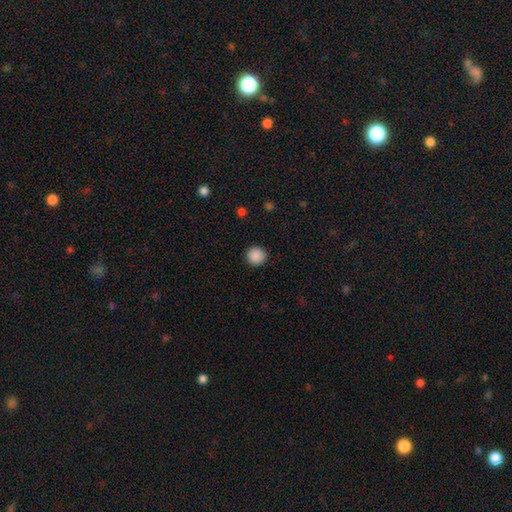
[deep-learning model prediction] A smooth galaxy with no disk features (89%) that is round (94%).

Vote fractions:
- Smooth or featured? smooth: 89% / star or artifact: 9% / featured or disk: 2%
- How rounded? round: 94% / in between: 5% / cigar-shaped: 1%
- Merging? none: 92% / minor disturbance: 5% / major disturbance: 2% / merger: 1%